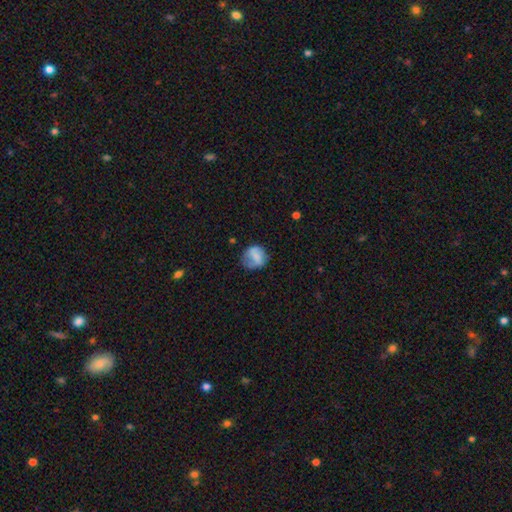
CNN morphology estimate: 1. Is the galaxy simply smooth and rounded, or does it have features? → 66% smooth, 25% featured or disk, 9% star or artifact.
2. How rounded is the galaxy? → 75% round, 24% in between, 1% cigar-shaped.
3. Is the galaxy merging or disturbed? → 59% none, 26% minor disturbance, 13% major disturbance, 2% merger.